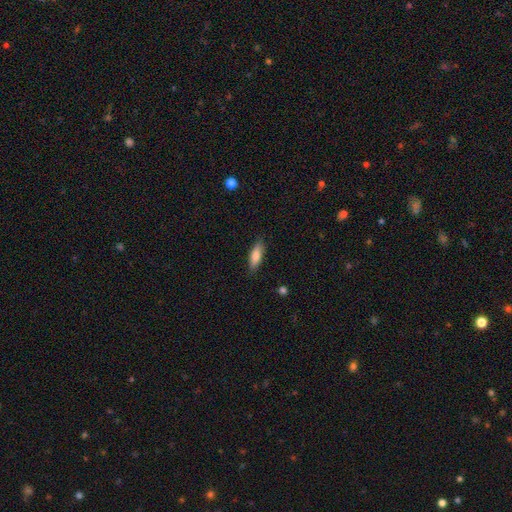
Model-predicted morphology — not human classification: smooth_or_featured: smooth (p=0.79) [alt: featured or disk p=0.15]
how_rounded: in between (p=0.53) [alt: cigar-shaped p=0.45]
merging: none (p=0.85) [alt: minor disturbance p=0.11]